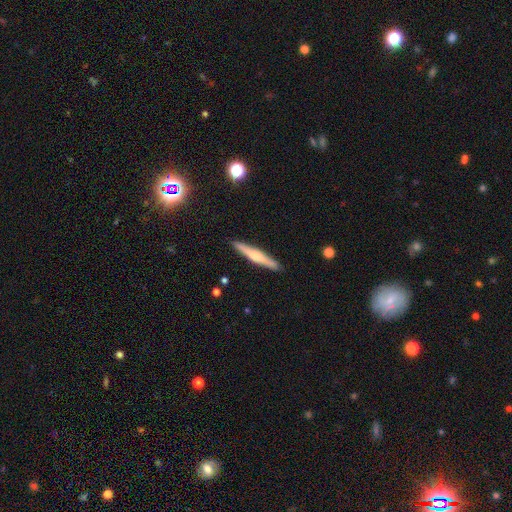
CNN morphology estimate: smooth_or_featured: featured or disk (p=0.58) [alt: smooth p=0.36]
disk_edge_on: yes (p=0.97) [alt: no p=0.03]
edge_on_bulge: rounded (p=0.82) [alt: none p=0.11]
merging: none (p=0.91) [alt: minor disturbance p=0.07]